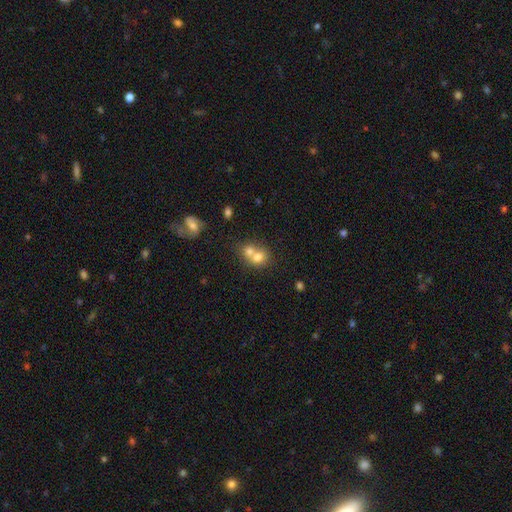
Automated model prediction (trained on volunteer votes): smooth-or-featured: smooth: 72% | featured or disk: 17% | star or artifact: 11%
  how-rounded: round: 63% | in between: 35% | cigar-shaped: 1%
  merging: merger: 67% | none: 24% | minor disturbance: 6% | major disturbance: 3%